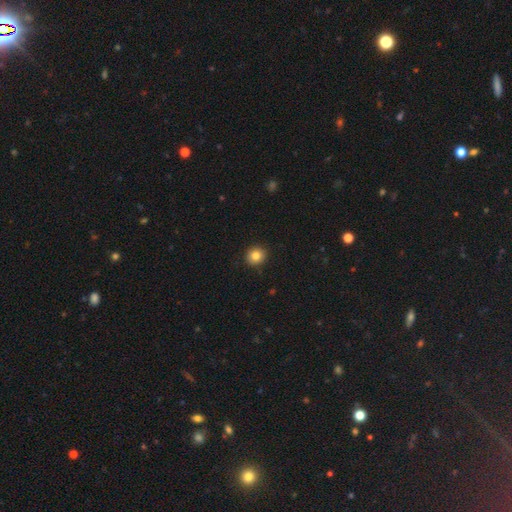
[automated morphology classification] smooth-or-featured: smooth: 83% | star or artifact: 10% | featured or disk: 7%
  how-rounded: round: 87% | in between: 12% | cigar-shaped: 1%
  merging: none: 92% | minor disturbance: 6% | major disturbance: 2% | merger: 1%